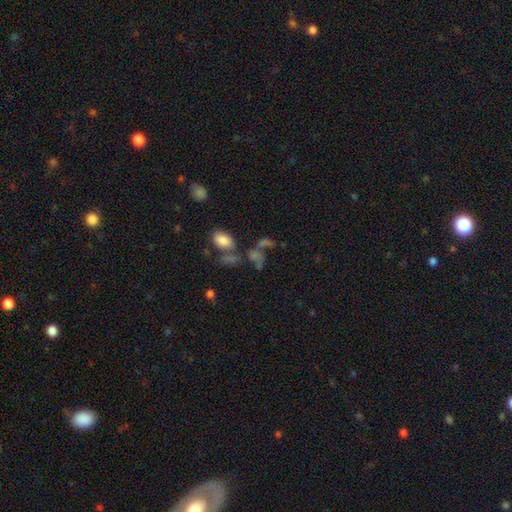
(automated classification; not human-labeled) The model was most divided on "merging": none: 34%, merger: 32%, major disturbance: 20%, minor disturbance: 14%. Remaining: smooth or featured — smooth (43%).